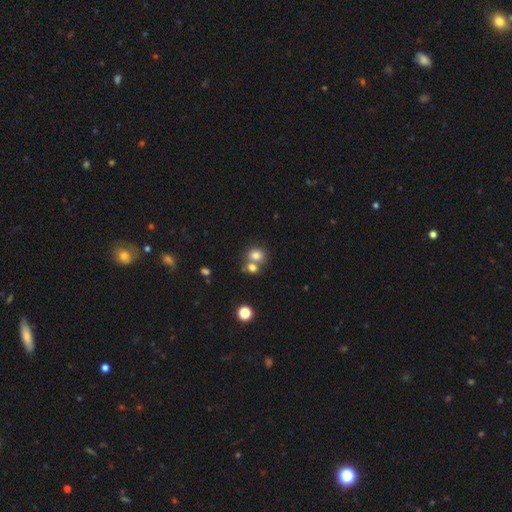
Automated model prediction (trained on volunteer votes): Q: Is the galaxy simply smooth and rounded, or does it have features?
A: smooth — 77%.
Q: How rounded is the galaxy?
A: round — 70%.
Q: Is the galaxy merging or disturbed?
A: merger — 49%.